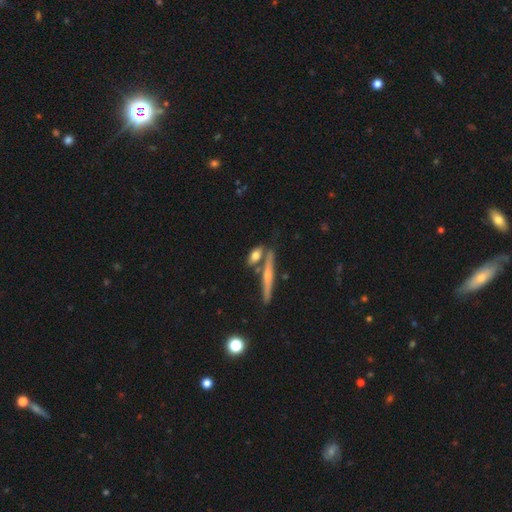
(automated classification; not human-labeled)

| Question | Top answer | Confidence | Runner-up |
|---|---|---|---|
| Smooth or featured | smooth | 60% | featured or disk (33%) |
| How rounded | in between | 57% | cigar-shaped (34%) |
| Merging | none | 60% | merger (23%) |